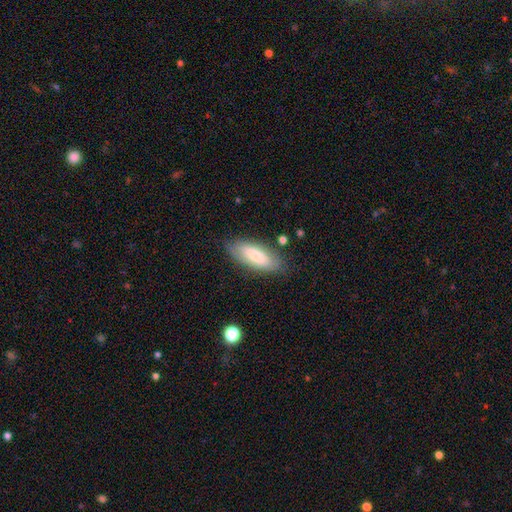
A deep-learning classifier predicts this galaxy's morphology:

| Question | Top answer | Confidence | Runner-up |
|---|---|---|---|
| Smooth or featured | smooth | 71% | featured or disk (23%) |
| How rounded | in between | 74% | cigar-shaped (24%) |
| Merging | none | 77% | minor disturbance (16%) |